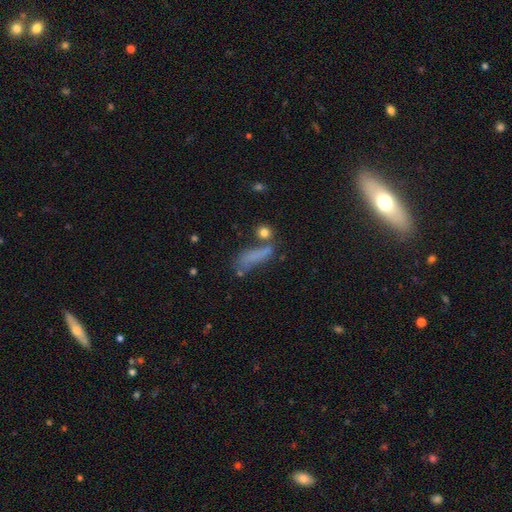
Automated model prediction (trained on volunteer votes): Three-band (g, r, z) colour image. It shows a smooth galaxy with no disk features (64%) that is cigar-shaped (61%). Merging: none (45%).